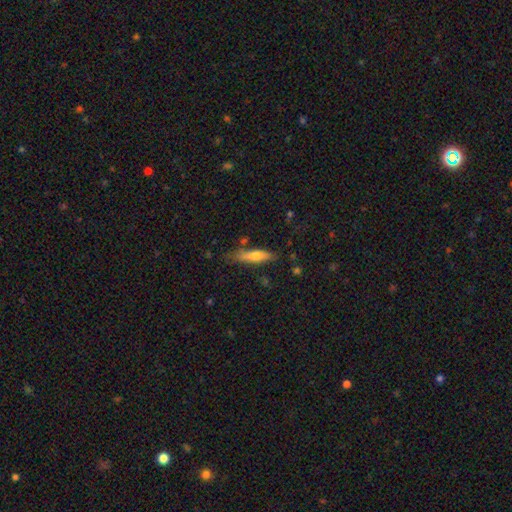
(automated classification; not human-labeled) This appears to be a smooth galaxy with no disk features (58%) that is cigar-shaped (81%). Merging: none (74%).